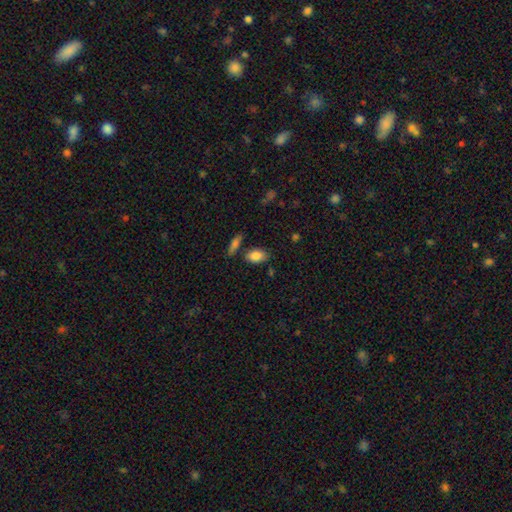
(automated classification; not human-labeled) This appears to be a smooth galaxy with no disk features (85%) that is in between round and cigar-shaped (90%). Merging: none (74%).